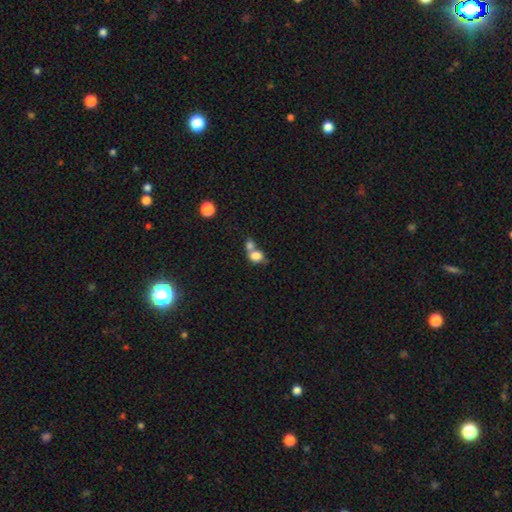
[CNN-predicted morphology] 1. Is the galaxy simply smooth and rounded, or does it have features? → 79% smooth, 11% featured or disk, 9% star or artifact.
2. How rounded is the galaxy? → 55% round, 43% in between, 1% cigar-shaped.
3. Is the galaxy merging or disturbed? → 63% merger, 25% none, 8% minor disturbance, 4% major disturbance.